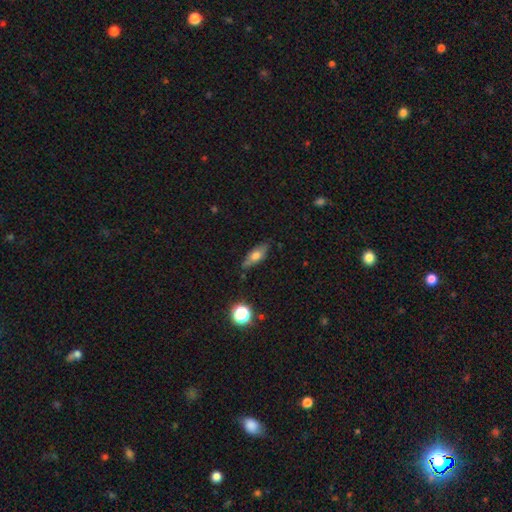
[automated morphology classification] This appears to be a smooth galaxy with no disk features (64%) that is in between round and cigar-shaped (68%). Merging: none (77%).